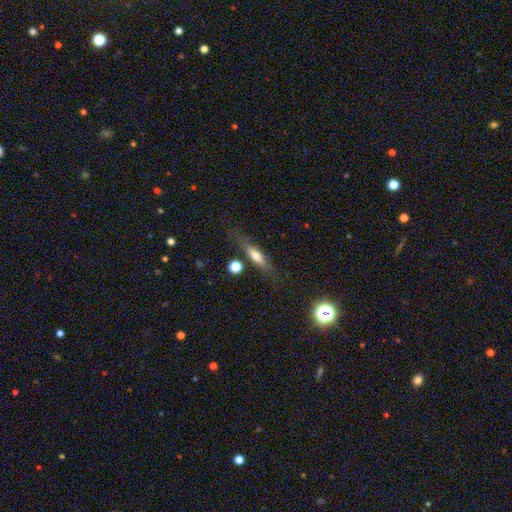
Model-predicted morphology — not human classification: A smooth galaxy with no disk features (56%) that is cigar-shaped (70%). Merging: none (72%).